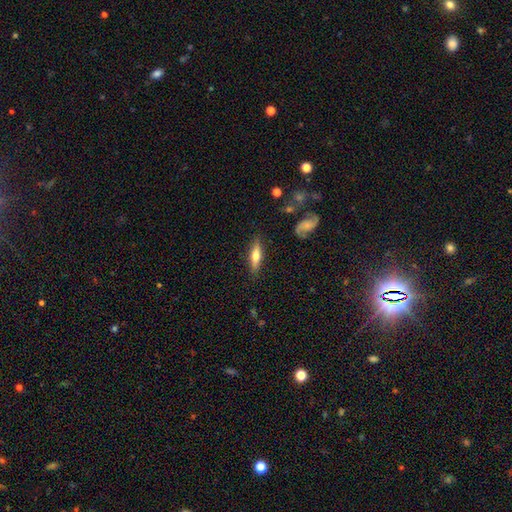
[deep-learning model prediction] A featured or disk galaxy (48%). Merging: none (86%).